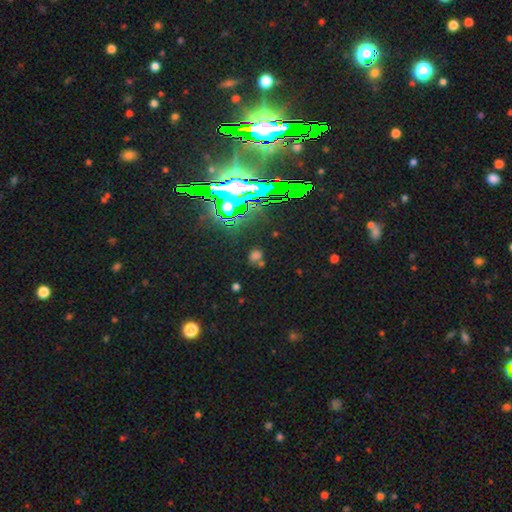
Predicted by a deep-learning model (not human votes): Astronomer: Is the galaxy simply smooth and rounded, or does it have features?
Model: star or artifact — 45%, tied with smooth at 45%.